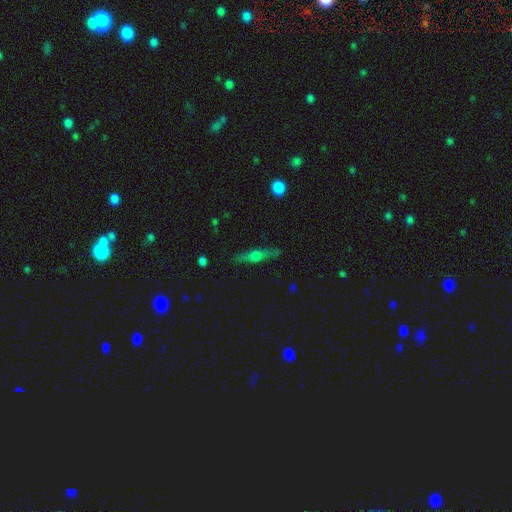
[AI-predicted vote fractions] Morphology: type=featured or disk (60%); edge-on=yes (94%); edge-on bulge=rounded (88%); merging=none (86%).